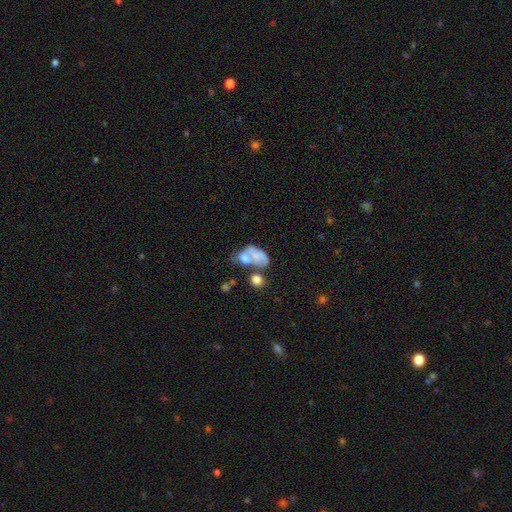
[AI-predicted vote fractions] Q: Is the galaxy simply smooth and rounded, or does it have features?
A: smooth — 50%.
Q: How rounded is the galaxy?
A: in between — 84%.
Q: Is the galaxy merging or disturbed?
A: merger — 49%.